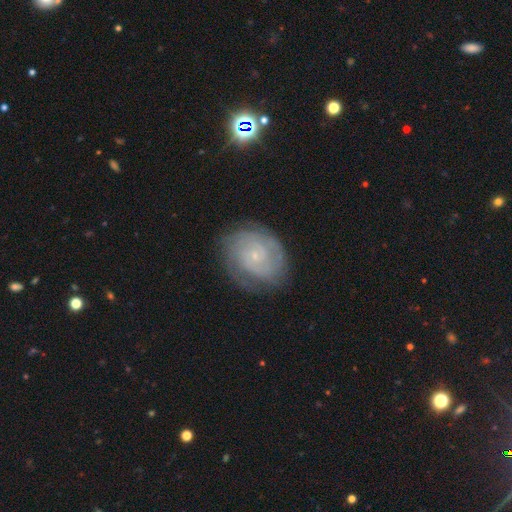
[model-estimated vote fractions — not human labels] This appears to be a featured or disk galaxy (73%) with no bar (78%), tight (71%) spiral arms (91%) and a small central bulge (86%). Merging: none (76%).